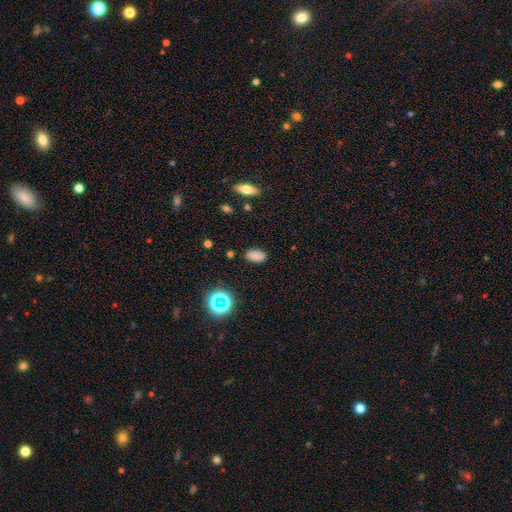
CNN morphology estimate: Smooth or featured: smooth — 77% (star or artifact — 15%)
How rounded: in between — 91% (round — 6%)
Merging: none — 85% (minor disturbance — 11%)